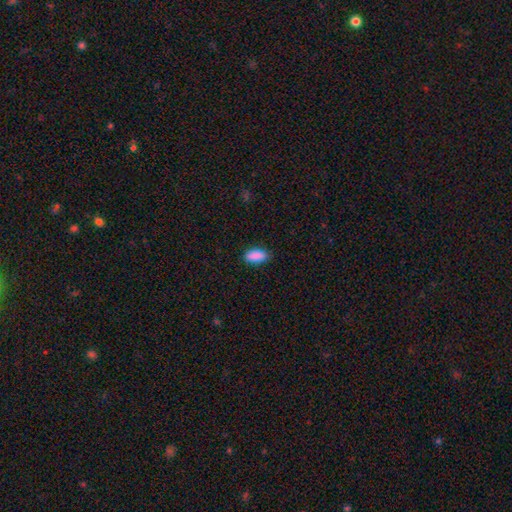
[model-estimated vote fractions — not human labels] Smooth or featured? Predicted: smooth (p=0.90). How rounded? Predicted: in between (p=0.90). Merging? Predicted: none (p=0.86).